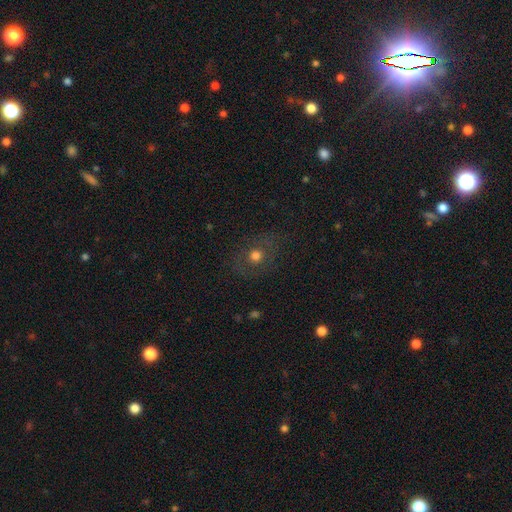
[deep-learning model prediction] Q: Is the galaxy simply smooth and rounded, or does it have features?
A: smooth — 61%.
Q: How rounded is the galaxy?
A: round — 73%.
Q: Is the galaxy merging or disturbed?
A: none — 81%.